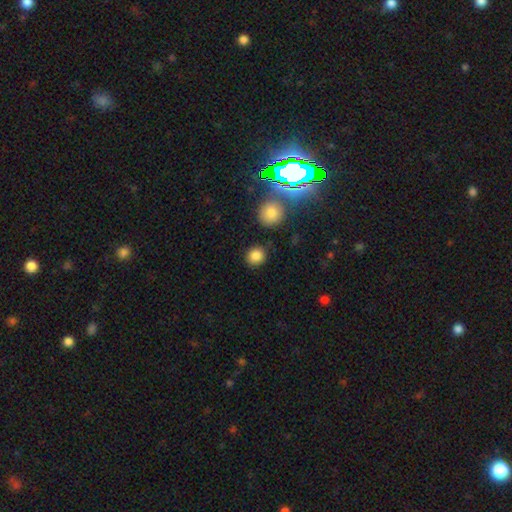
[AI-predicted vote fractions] Morphology: type=smooth (82%); roundness=round (86%); merging=none (87%).